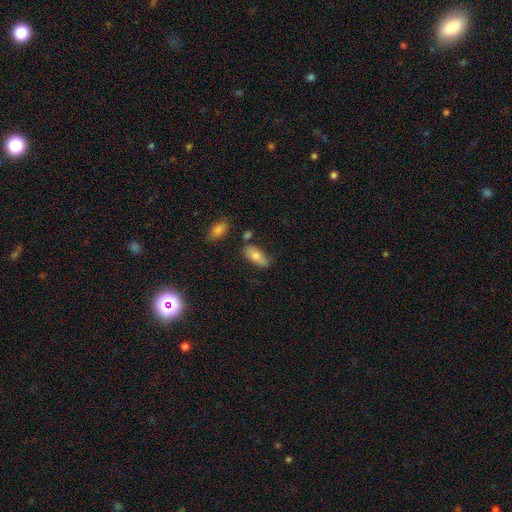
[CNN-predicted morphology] smooth 72%, featured or disk 20%, star or artifact 8%. Down the decision tree: how rounded — in between (83%); merging — none (67%).